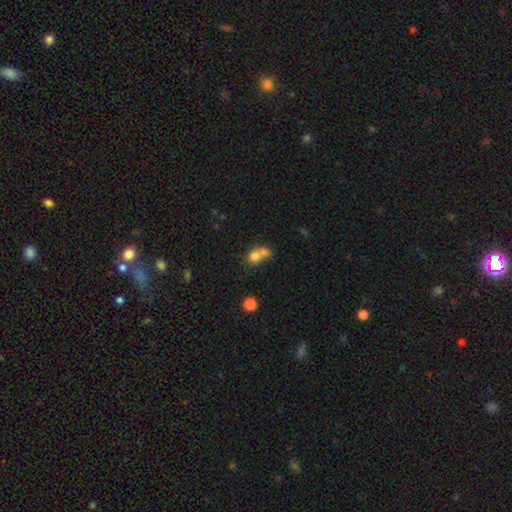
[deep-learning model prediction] Morphology: type=smooth (74%); roundness=round (66%); merging=merger (65%).